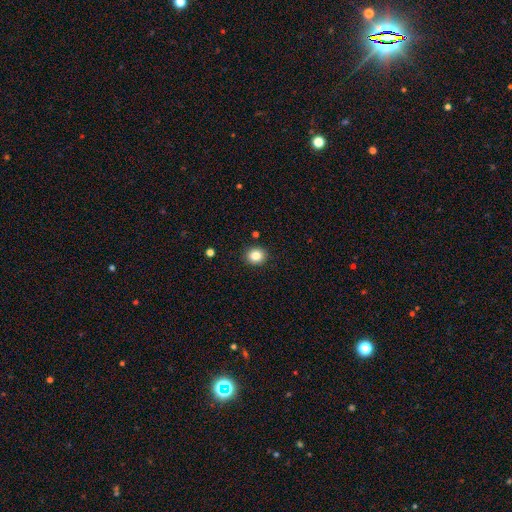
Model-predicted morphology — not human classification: Smooth or featured? smooth (83%)
How rounded? round (83%)
Merging? none (91%)